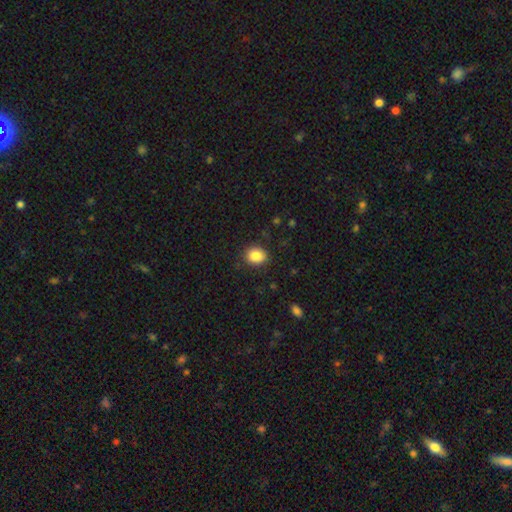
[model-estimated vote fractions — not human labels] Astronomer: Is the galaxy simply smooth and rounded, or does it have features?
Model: smooth — 86%.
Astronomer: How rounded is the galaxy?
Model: round — 55% (runner-up: in between, 44%).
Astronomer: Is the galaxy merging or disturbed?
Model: none — 86%.